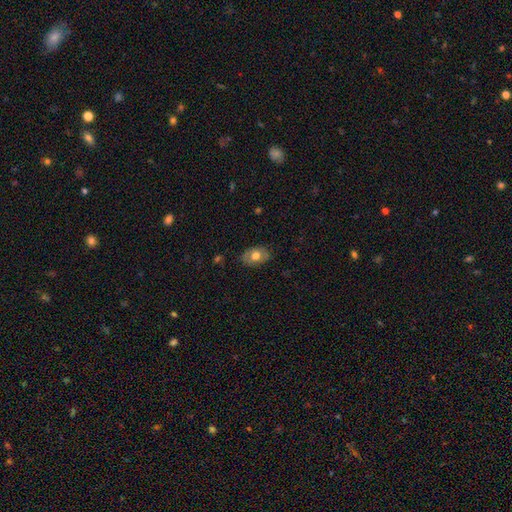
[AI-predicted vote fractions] This is likely a smooth galaxy (61%). How rounded: clearly in between (82%). Merging: likely none (80%).